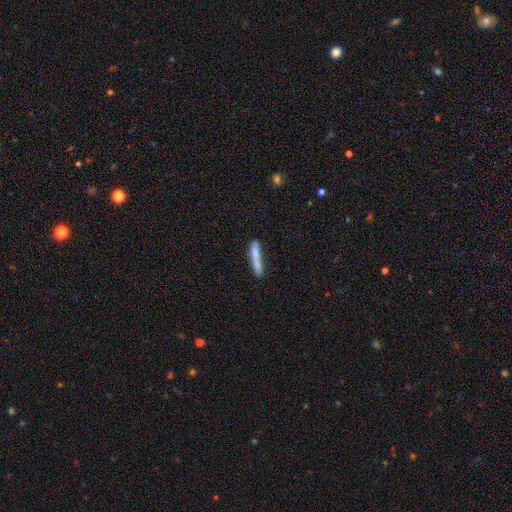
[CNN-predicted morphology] Q: Smooth or featured?
A: smooth (69%); runner-up: featured or disk (24%)
Q: How rounded?
A: cigar-shaped (92%); runner-up: in between (6%)
Q: Merging?
A: none (62%); runner-up: minor disturbance (19%)